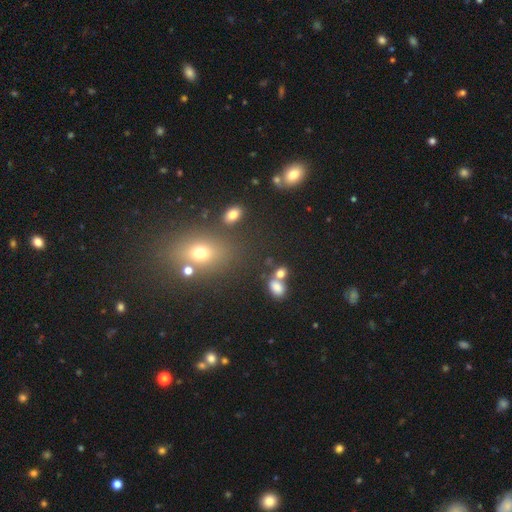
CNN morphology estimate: type=smooth (50%); merging=none (74%).